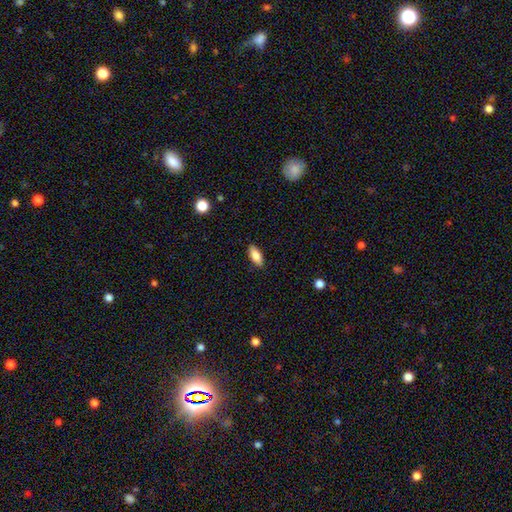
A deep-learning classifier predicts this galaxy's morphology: Q: Smooth or featured?
A: smooth (84%); runner-up: featured or disk (9%)
Q: How rounded?
A: in between (86%); runner-up: cigar-shaped (12%)
Q: Merging?
A: none (89%); runner-up: minor disturbance (9%)